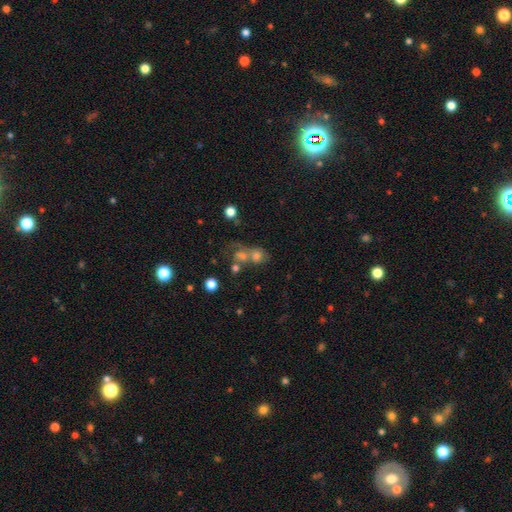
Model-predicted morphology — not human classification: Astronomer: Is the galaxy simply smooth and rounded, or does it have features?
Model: smooth — 49% (runner-up: featured or disk, 26%).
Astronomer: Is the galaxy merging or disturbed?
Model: merger — 48% (runner-up: none, 30%).